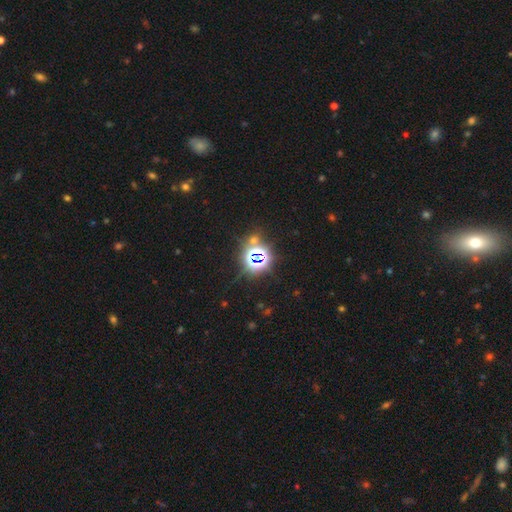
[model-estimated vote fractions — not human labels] Smooth or featured: star or artifact — 78% (smooth — 13%)